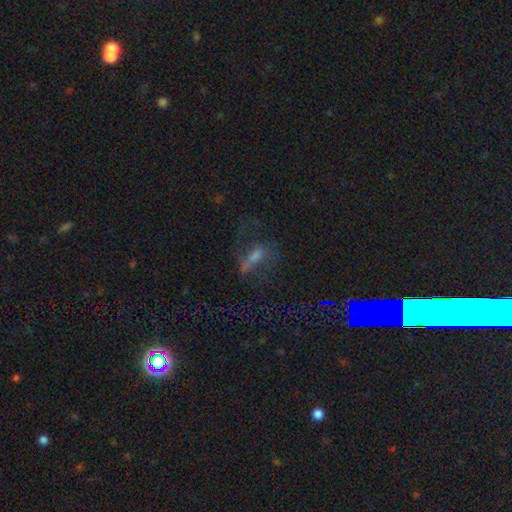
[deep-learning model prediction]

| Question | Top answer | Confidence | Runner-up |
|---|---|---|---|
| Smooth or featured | featured or disk | 40% | smooth (34%) |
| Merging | none | 46% | major disturbance (31%) |